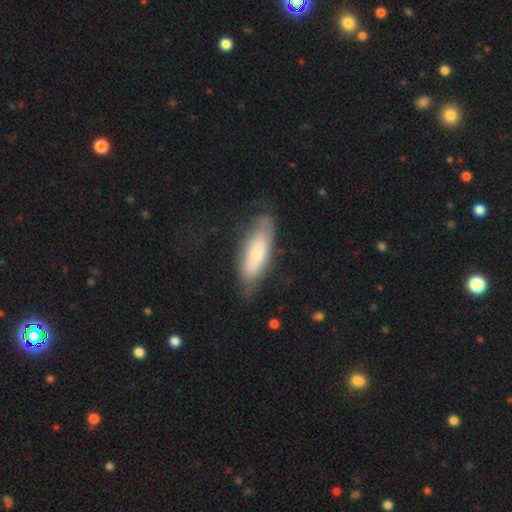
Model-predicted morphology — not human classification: smooth-or-featured: smooth: 58% | featured or disk: 35% | star or artifact: 6%
  how-rounded: in between: 62% | cigar-shaped: 37% | round: 2%
  merging: none: 66% | minor disturbance: 24% | major disturbance: 8% | merger: 2%